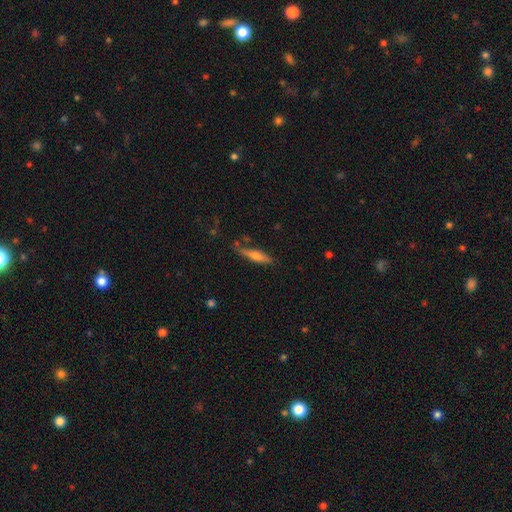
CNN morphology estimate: smooth_or_featured: smooth (p=0.55) [alt: featured or disk p=0.38]
how_rounded: cigar-shaped (p=0.81) [alt: in between p=0.17]
merging: none (p=0.74) [alt: minor disturbance p=0.17]